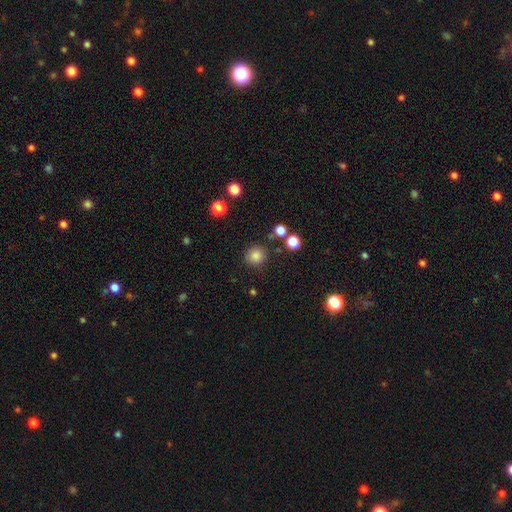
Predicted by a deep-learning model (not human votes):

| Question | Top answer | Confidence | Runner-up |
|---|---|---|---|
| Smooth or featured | smooth | 84% | star or artifact (12%) |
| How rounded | round | 92% | in between (7%) |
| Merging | none | 86% | minor disturbance (8%) |